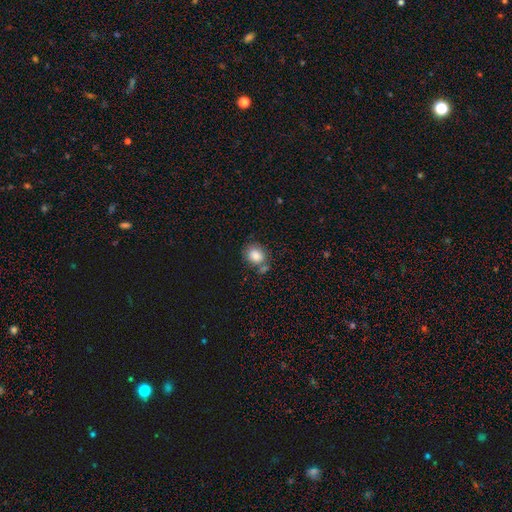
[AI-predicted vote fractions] The model was most divided on "how rounded": round: 58%, in between: 41%, cigar-shaped: 1%. More confident: smooth or featured — smooth (82%); merging — none (61%).